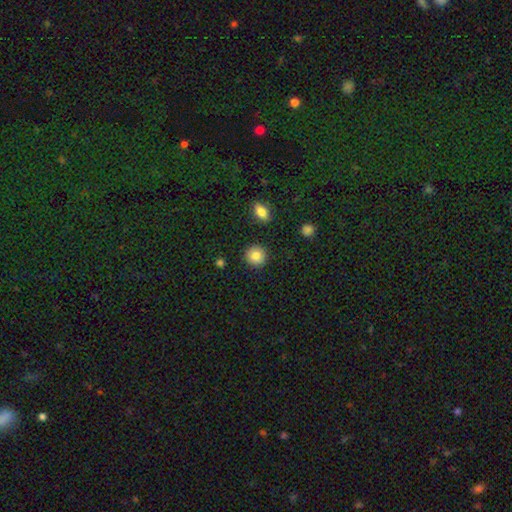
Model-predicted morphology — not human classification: Smooth or featured? smooth (86%)
How rounded? round (92%)
Merging? none (91%)